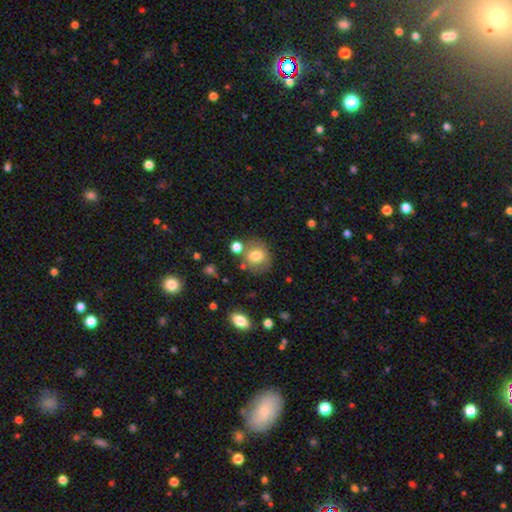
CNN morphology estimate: A smooth galaxy with no disk features (76%) that is round (77%). Merging: none (68%).